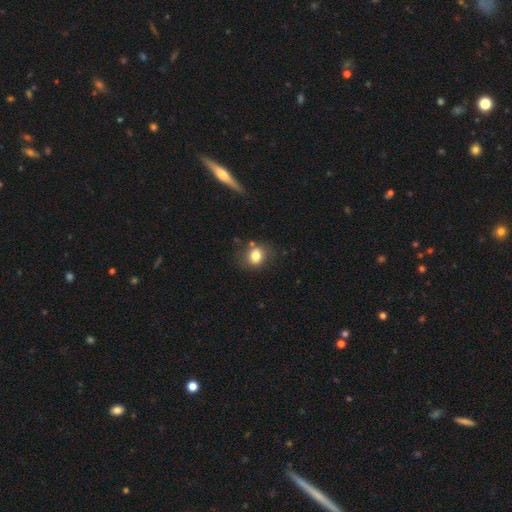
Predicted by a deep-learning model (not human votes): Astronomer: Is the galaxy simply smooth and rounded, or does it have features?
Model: smooth — 79%.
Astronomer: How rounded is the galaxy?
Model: round — 57% (runner-up: in between, 42%).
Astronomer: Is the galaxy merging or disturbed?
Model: none — 71%.